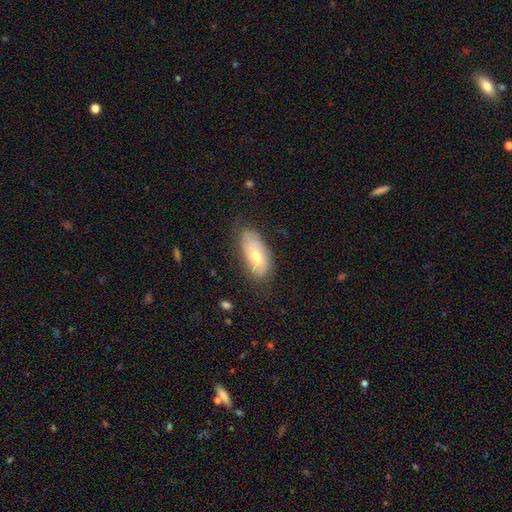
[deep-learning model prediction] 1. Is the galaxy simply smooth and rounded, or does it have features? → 61% smooth, 32% featured or disk, 7% star or artifact.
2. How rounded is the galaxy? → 89% in between, 9% cigar-shaped, 3% round.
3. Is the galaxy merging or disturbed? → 71% none, 22% minor disturbance, 6% major disturbance, 1% merger.